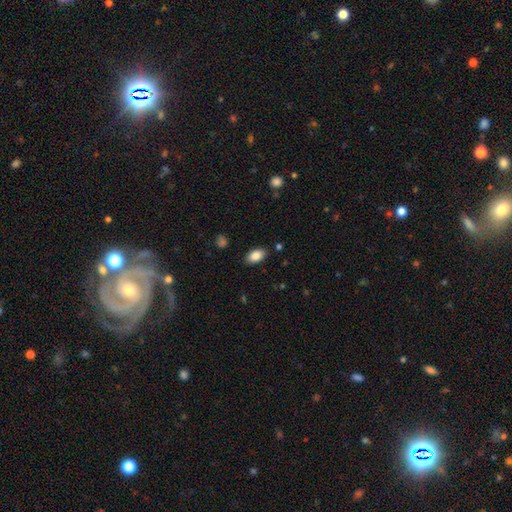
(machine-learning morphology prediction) This is clearly a smooth galaxy (86%). How rounded: clearly in between (92%). Merging: clearly none (86%).